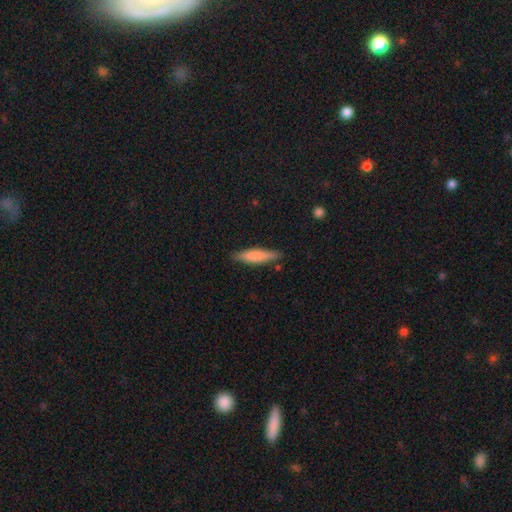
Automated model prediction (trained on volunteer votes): Q: Smooth or featured?
A: smooth (73%); runner-up: featured or disk (21%)
Q: How rounded?
A: cigar-shaped (80%); runner-up: in between (18%)
Q: Merging?
A: none (84%); runner-up: minor disturbance (12%)